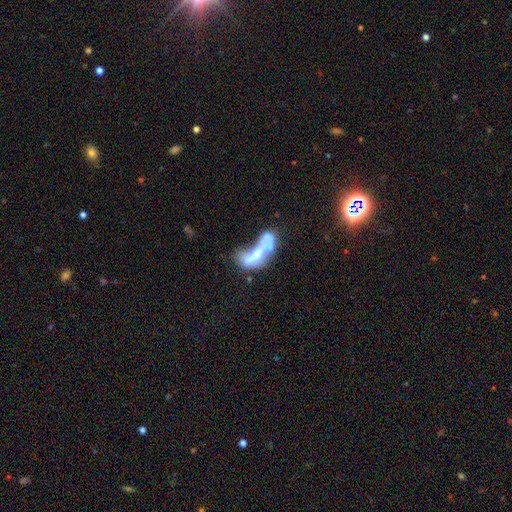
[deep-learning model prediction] Q: Smooth or featured?
A: featured or disk (53%); runner-up: smooth (37%)
Q: Edge-on disk?
A: no (89%); runner-up: yes (11%)
Q: Merging?
A: merger (51%); runner-up: major disturbance (26%)